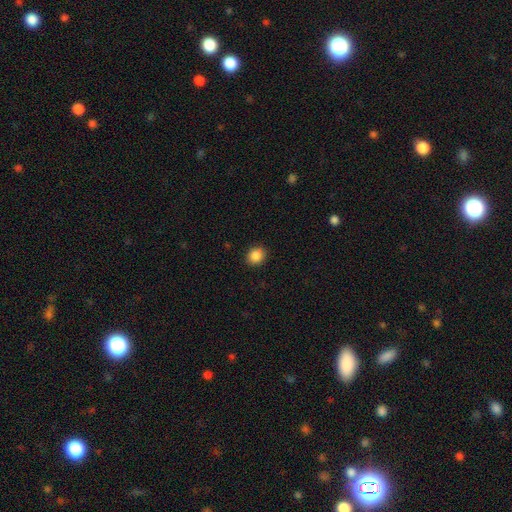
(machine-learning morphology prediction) smooth-or-featured: smooth: 87% | star or artifact: 10% | featured or disk: 3%
  how-rounded: round: 77% | in between: 22% | cigar-shaped: 1%
  merging: none: 87% | minor disturbance: 9% | major disturbance: 2% | merger: 1%